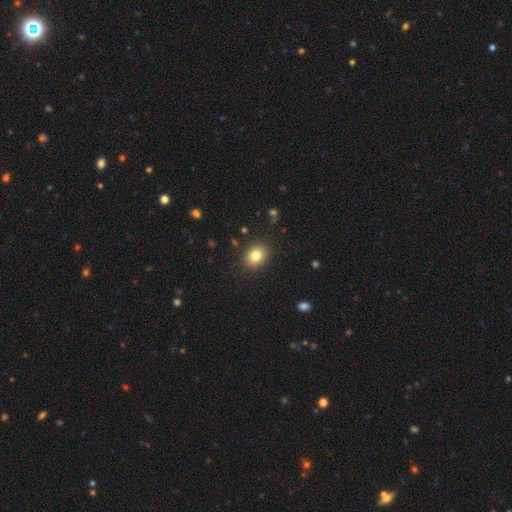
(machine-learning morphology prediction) Smooth or featured?
  - smooth: 82% *
  - star or artifact: 10%
  - featured or disk: 8%
How rounded?
  - in between: 52% *
  - round: 47%
  - cigar-shaped: 1%
Merging?
  - none: 88% *
  - minor disturbance: 8%
  - major disturbance: 2%
  - merger: 1%